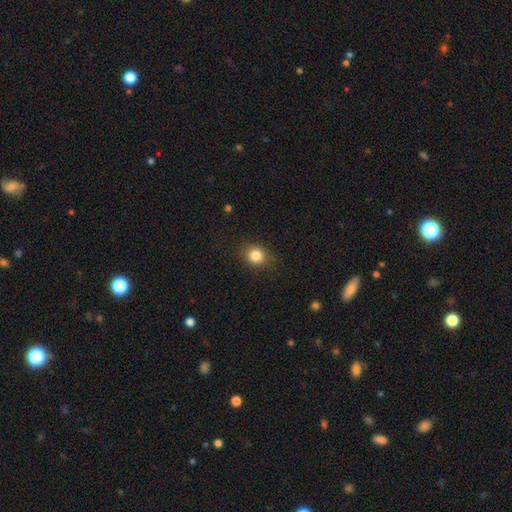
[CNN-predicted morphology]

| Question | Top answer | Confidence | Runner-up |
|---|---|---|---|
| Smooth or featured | smooth | 83% | star or artifact (11%) |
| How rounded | round | 77% | in between (22%) |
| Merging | none | 84% | minor disturbance (11%) |